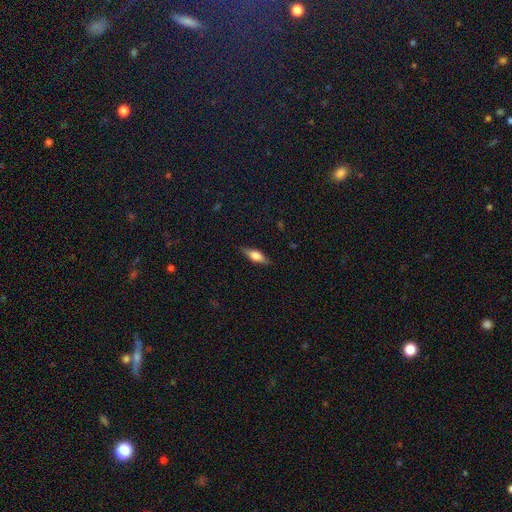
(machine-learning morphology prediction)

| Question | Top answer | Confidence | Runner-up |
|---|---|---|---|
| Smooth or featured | smooth | 51% | featured or disk (41%) |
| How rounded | in between | 52% | cigar-shaped (44%) |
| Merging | none | 85% | minor disturbance (11%) |